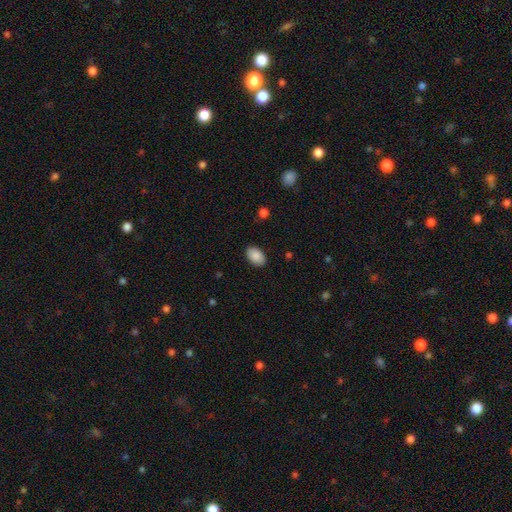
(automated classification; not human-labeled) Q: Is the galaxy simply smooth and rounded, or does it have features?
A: smooth — 89%.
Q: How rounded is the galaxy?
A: in between — 90%.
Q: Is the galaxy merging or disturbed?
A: none — 88%.